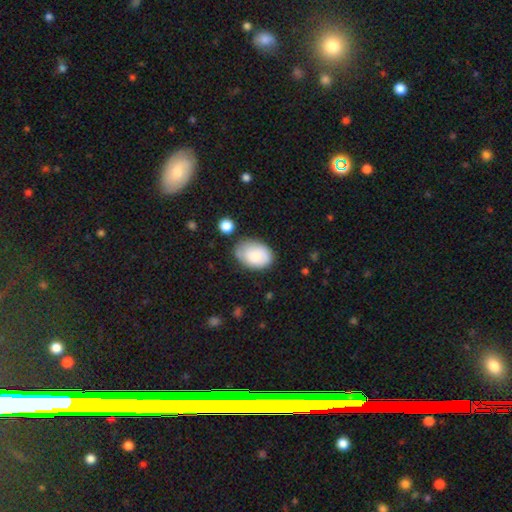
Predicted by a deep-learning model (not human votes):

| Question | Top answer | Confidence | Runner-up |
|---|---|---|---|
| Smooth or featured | smooth | 75% | featured or disk (18%) |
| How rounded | in between | 82% | round (17%) |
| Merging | none | 64% | minor disturbance (25%) |